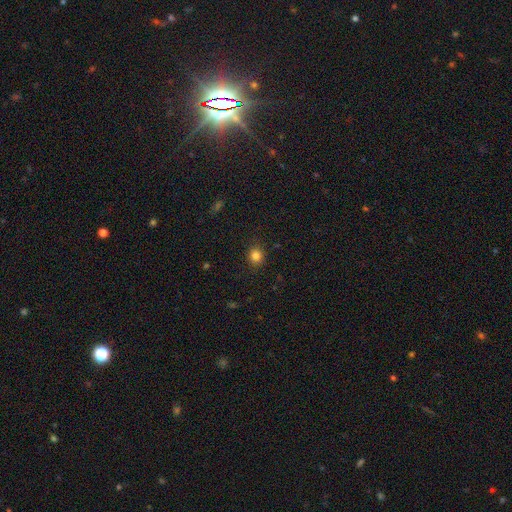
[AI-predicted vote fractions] Overall: smooth (82%). How rounded: round (81%). Merging: none (88%).